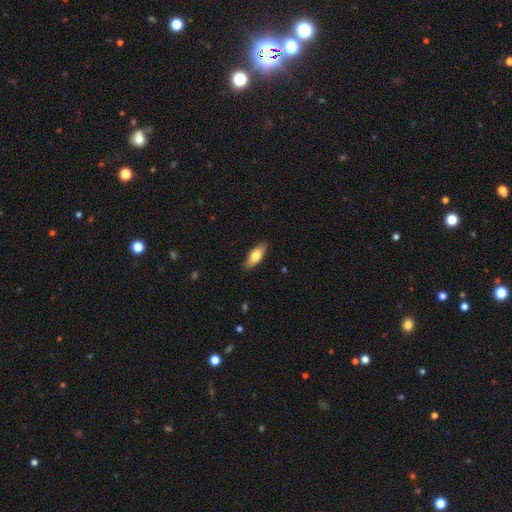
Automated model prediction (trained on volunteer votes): Overall: smooth (74%). How rounded: in between (75%). Merging: none (88%).